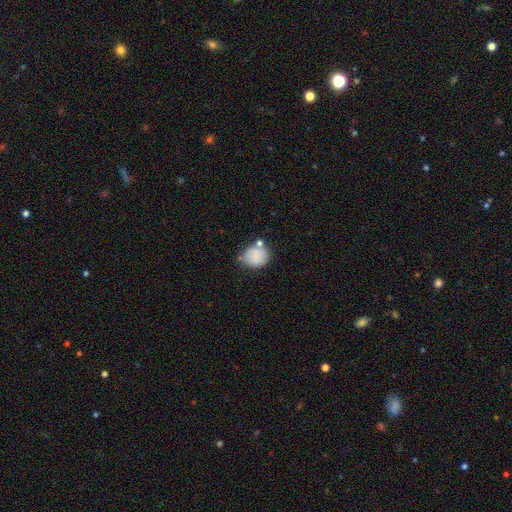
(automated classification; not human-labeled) smooth_or_featured: smooth (p=0.77) [alt: featured or disk p=0.14]
how_rounded: round (p=0.69) [alt: in between p=0.30]
merging: none (p=0.54) [alt: minor disturbance p=0.22]